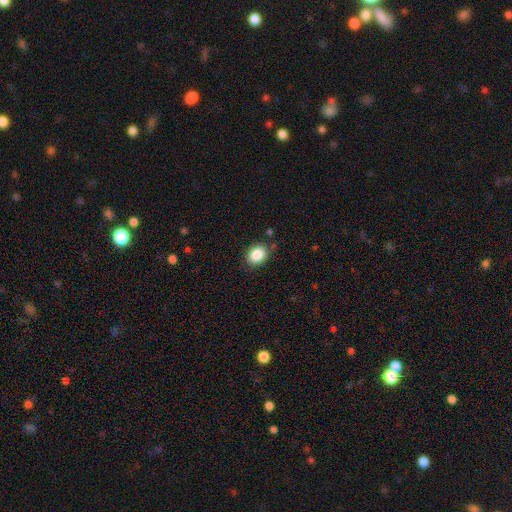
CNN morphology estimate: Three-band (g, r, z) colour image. It shows a smooth galaxy with no disk features (87%) that is round (54%). Merging: none (84%).